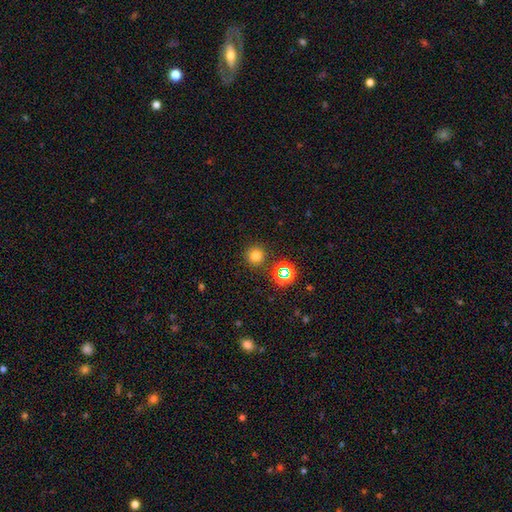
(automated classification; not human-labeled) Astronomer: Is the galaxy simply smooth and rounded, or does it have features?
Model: smooth — 74%.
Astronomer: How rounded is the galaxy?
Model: round — 95%.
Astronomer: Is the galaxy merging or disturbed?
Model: none — 87%.